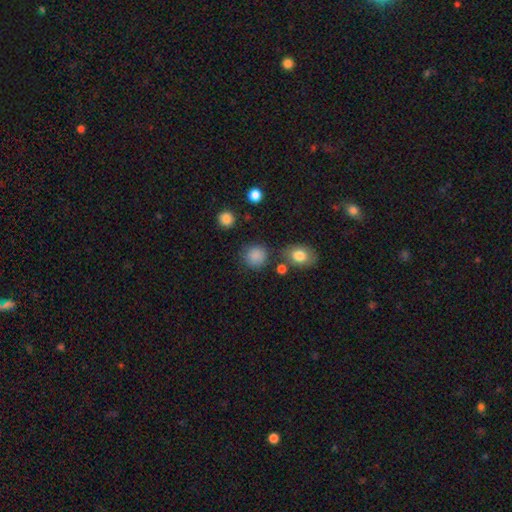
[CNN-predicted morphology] The model was most divided on "merging": none: 78%, minor disturbance: 12%, merger: 5%, major disturbance: 4%. More confident: how rounded — round (88%); smooth or featured — smooth (85%).